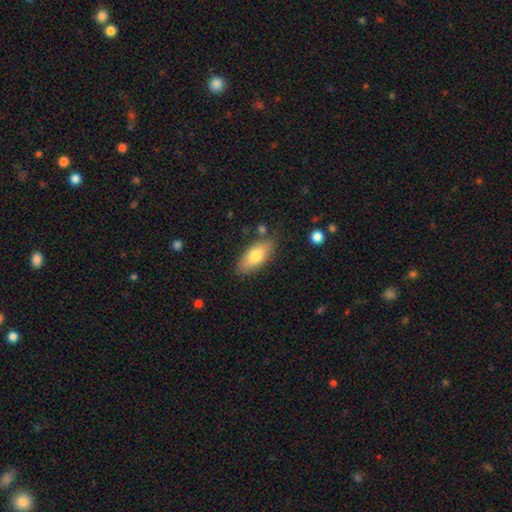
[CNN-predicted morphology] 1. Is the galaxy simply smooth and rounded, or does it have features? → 76% smooth, 18% featured or disk, 6% star or artifact.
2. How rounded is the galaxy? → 82% in between, 15% cigar-shaped, 3% round.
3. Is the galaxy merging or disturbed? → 80% none, 14% minor disturbance, 4% merger, 3% major disturbance.